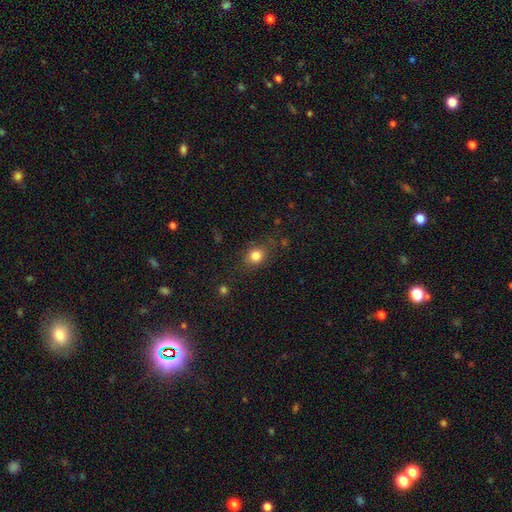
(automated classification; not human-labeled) Smooth or featured? smooth (82%)
How rounded? round (62%)
Merging? none (77%)